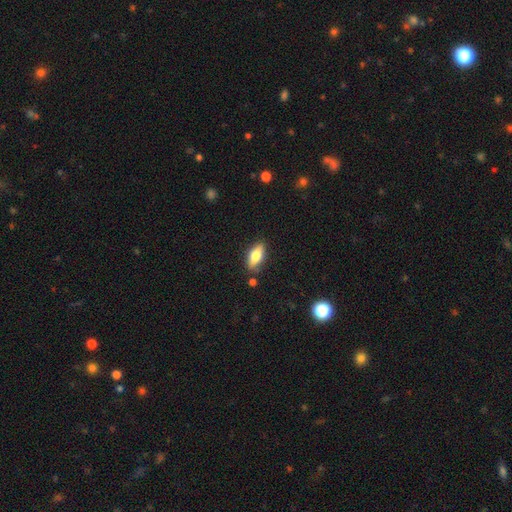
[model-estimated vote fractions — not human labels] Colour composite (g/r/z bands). It shows a smooth galaxy with no disk features (69%) that is in between round and cigar-shaped (79%). Merging: none (80%).